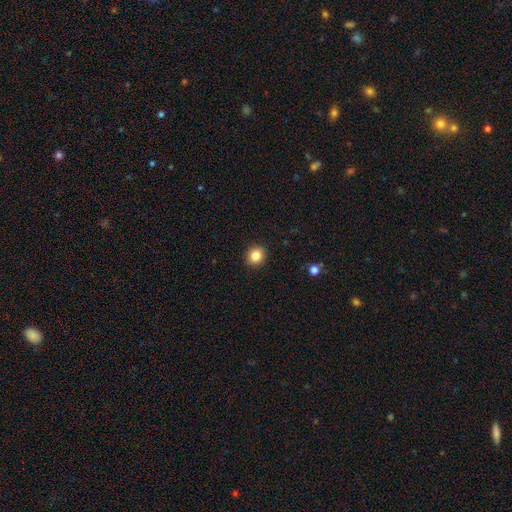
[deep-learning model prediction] Smooth or featured? Predicted: smooth (p=0.85). How rounded? Predicted: round (p=0.77). Merging? Predicted: none (p=0.92).